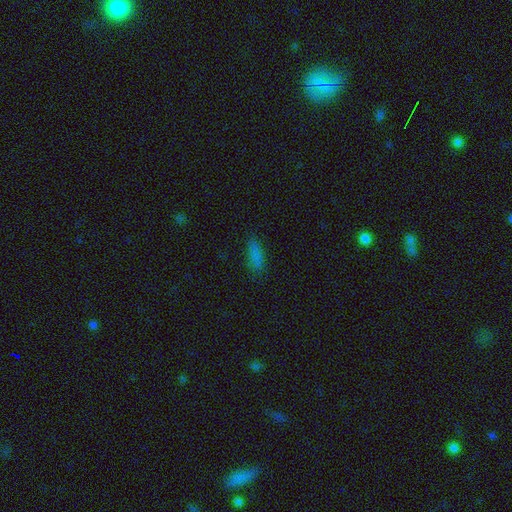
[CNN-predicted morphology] This appears to be a smooth galaxy with no disk features (80%) that is in between round and cigar-shaped (56%). Merging: none (81%).